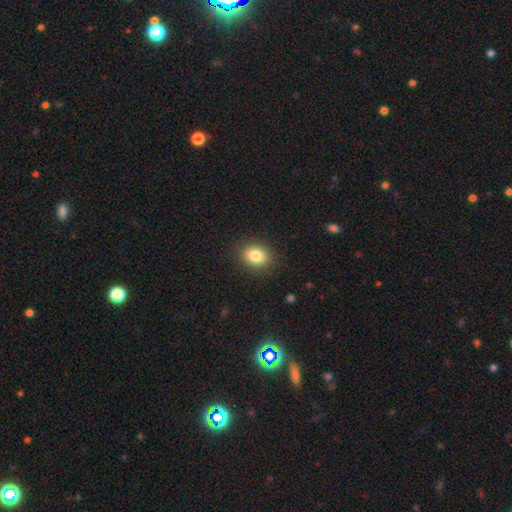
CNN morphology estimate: A smooth galaxy with no disk features (83%) that is round (53%).

Vote fractions:
- Smooth or featured? smooth: 83% / star or artifact: 10% / featured or disk: 7%
- How rounded? round: 53% / in between: 46% / cigar-shaped: 1%
- Merging? none: 88% / minor disturbance: 8% / major disturbance: 3% / merger: 1%